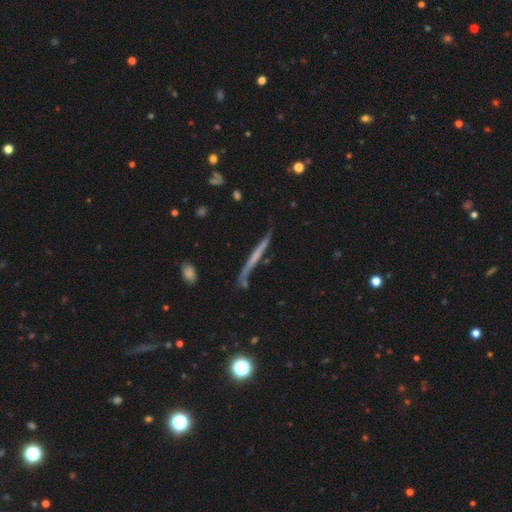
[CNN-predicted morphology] The model was most divided on "smooth or featured": featured or disk: 53%, smooth: 40%, star or artifact: 7%. More confident: edge-on disk — yes (92%); merging — none (69%).